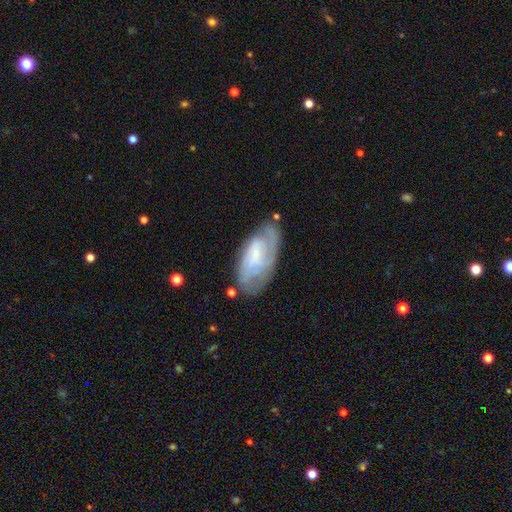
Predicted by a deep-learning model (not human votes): A featured or disk galaxy (68%) with no bar (47%), tight (48%) spiral arms (87%) and a small central bulge (61%).

Vote fractions:
- Smooth or featured? featured or disk: 68% / smooth: 26% / star or artifact: 7%
- Edge-on disk? no: 94% / yes: 6%
- Bar? no: 47% / weak: 42% / strong: 11%
- Spiral arms? yes: 87% / no: 13%
- Spiral winding? tight: 48% / medium: 38% / loose: 14%
- Spiral arm count? can't tell: 38% / 2: 36% / 3: 11% / 1: 10% / 4: 3% / more than 4: 3%
- Bulge size? small: 61% / moderate: 19% / none: 17% / large: 3% / dominant: 1%
- Merging? none: 65% / minor disturbance: 22% / major disturbance: 10% / merger: 3%